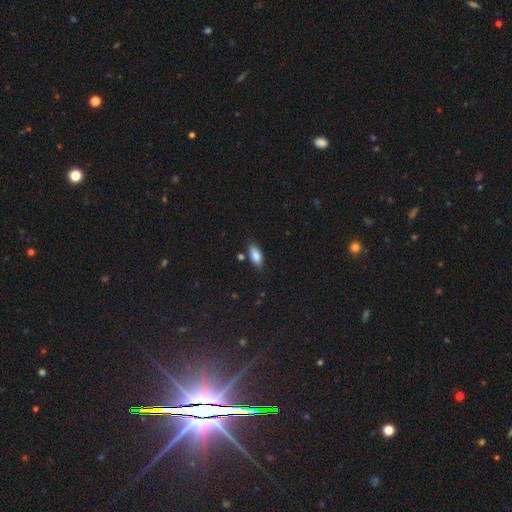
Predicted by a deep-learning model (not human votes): Overall: smooth (86%). How rounded: in between (88%). Merging: none (79%).